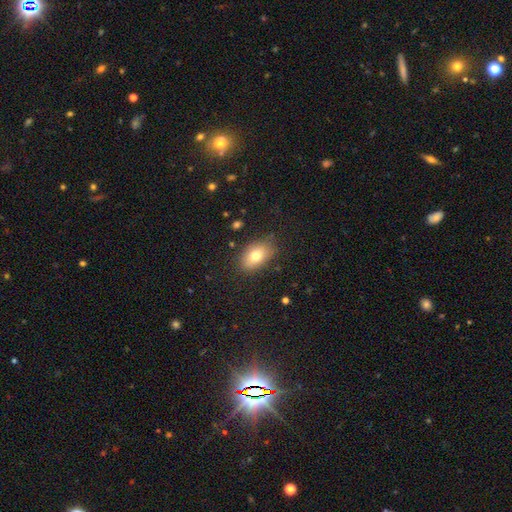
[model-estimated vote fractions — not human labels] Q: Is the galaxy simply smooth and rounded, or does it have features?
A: smooth — 76%.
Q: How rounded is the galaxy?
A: in between — 87%.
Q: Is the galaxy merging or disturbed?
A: none — 81%.